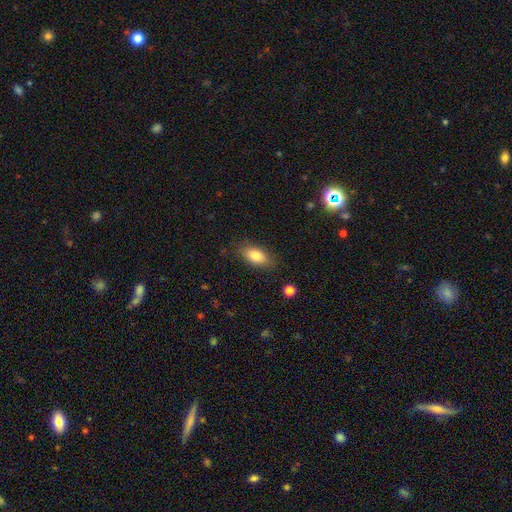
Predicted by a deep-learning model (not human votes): Smooth or featured?
  - smooth: 82% *
  - featured or disk: 10%
  - star or artifact: 8%
How rounded?
  - in between: 87% *
  - cigar-shaped: 7%
  - round: 5%
Merging?
  - none: 83% *
  - minor disturbance: 13%
  - major disturbance: 3%
  - merger: 1%